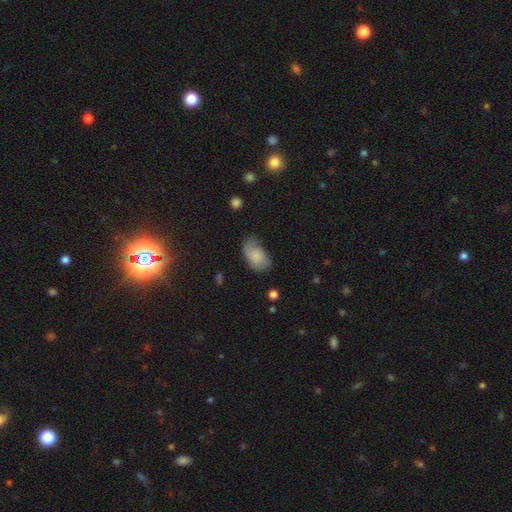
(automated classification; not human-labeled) A smooth galaxy with no disk features (67%) that is in between round and cigar-shaped (92%). Merging: none (55%).